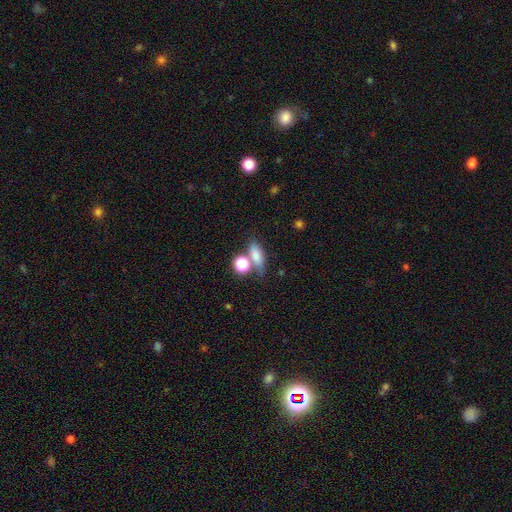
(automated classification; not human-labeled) A smooth galaxy with no disk features (75%) that is in between round and cigar-shaped (64%).

Vote fractions:
- Smooth or featured? smooth: 75% / featured or disk: 13% / star or artifact: 12%
- How rounded? in between: 64% / round: 18% / cigar-shaped: 18%
- Merging? none: 52% / merger: 27% / minor disturbance: 14% / major disturbance: 7%